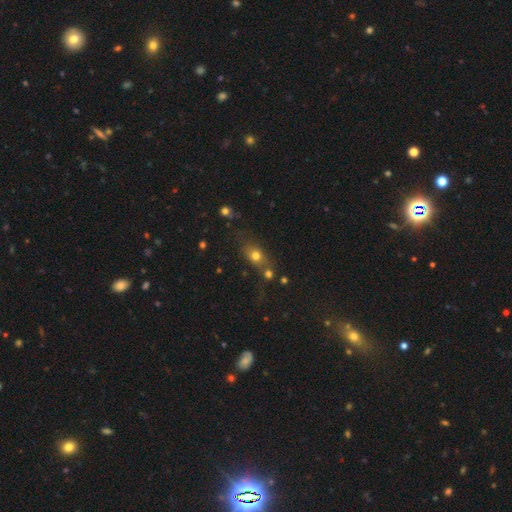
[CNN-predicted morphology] This is likely a smooth galaxy (71%). How rounded: possibly in between (53%). Merging: possibly none (50%).